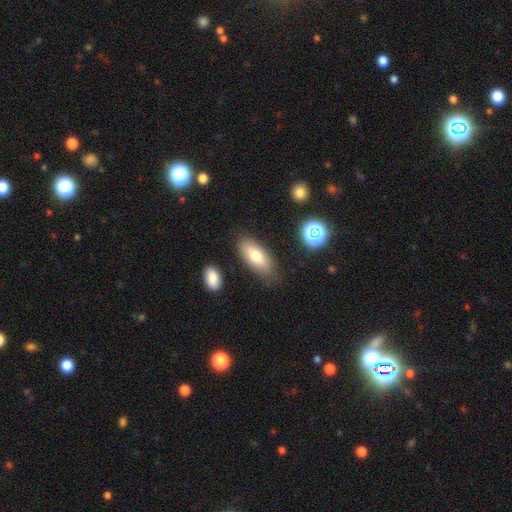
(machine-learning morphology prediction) This appears to be a smooth galaxy with no disk features (74%) that is in between round and cigar-shaped (84%). Merging: none (78%).